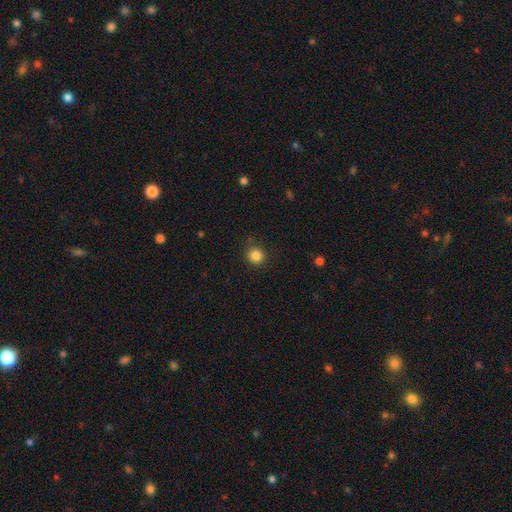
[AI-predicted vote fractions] This appears to be a smooth galaxy with no disk features (84%) that is round (93%). Merging: none (88%).